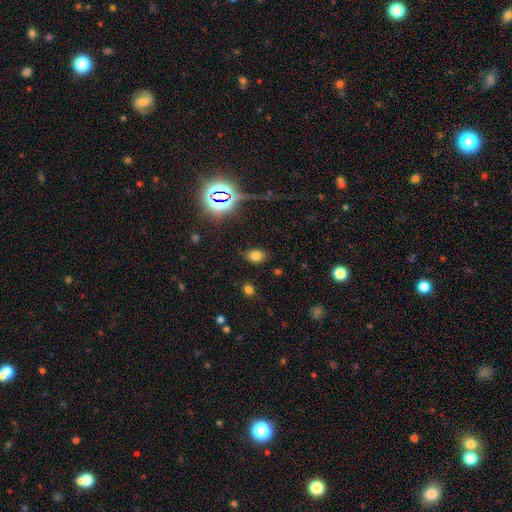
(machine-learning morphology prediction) The model was most divided on "how rounded": in between: 66%, round: 32%, cigar-shaped: 1%. More confident: merging — none (83%); smooth or featured — smooth (74%).